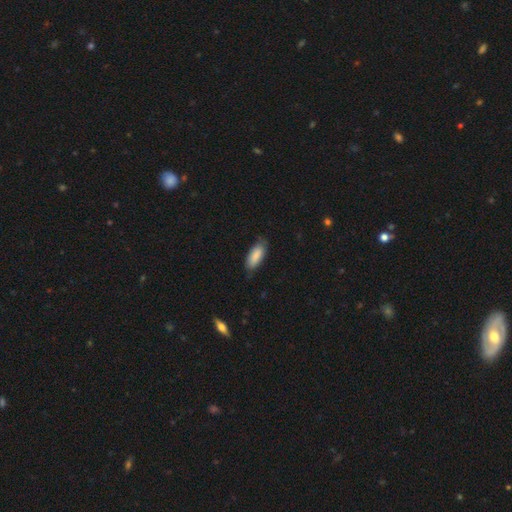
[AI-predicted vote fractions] This is clearly a smooth galaxy (87%). How rounded: likely in between (78%). Merging: likely none (77%).